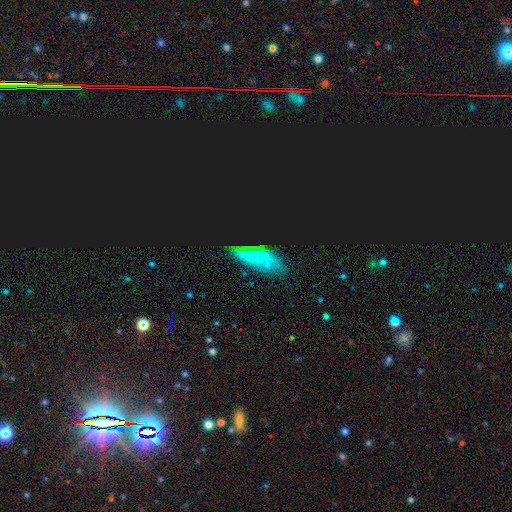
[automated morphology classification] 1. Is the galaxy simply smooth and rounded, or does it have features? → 36% featured or disk, 35% smooth, 29% star or artifact.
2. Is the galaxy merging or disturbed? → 56% none, 26% minor disturbance, 13% major disturbance, 4% merger.